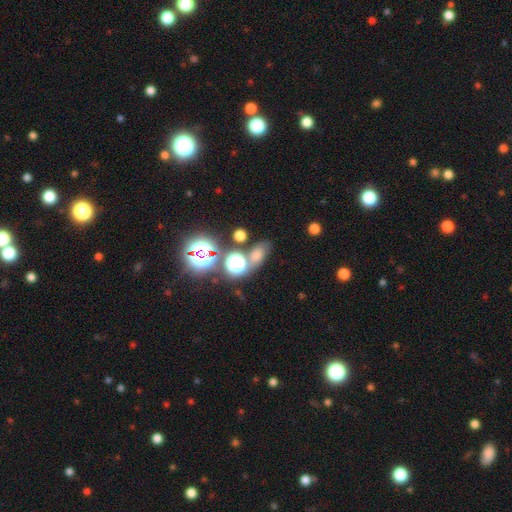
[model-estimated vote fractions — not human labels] smooth-or-featured: smooth: 57% | star or artifact: 29% | featured or disk: 14%
  how-rounded: in between: 65% | round: 31% | cigar-shaped: 4%
  merging: none: 59% | merger: 18% | minor disturbance: 16% | major disturbance: 8%